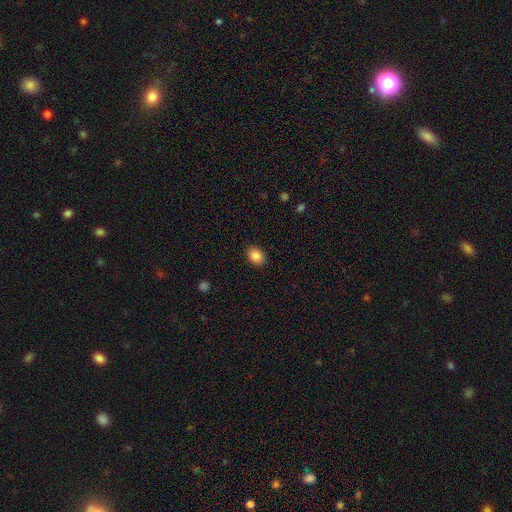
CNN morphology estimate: smooth 86%, star or artifact 9%, featured or disk 5%. Down the decision tree: how rounded — in between (61%); merging — none (89%).